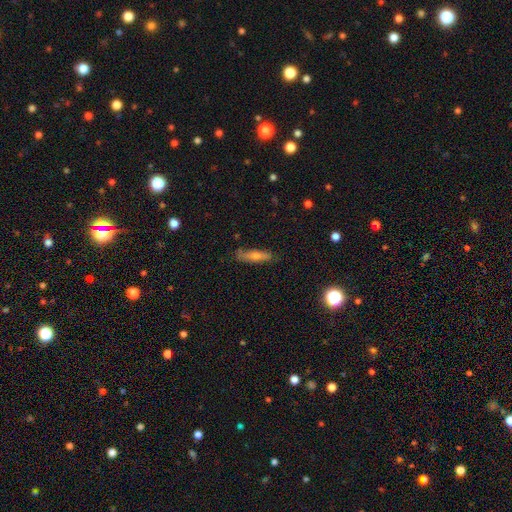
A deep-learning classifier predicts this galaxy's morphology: A smooth galaxy with no disk features (52%) that is cigar-shaped (74%).

Vote fractions:
- Smooth or featured? smooth: 52% / featured or disk: 38% / star or artifact: 10%
- How rounded? cigar-shaped: 74% / in between: 23% / round: 3%
- Merging? none: 82% / minor disturbance: 14% / major disturbance: 2% / merger: 2%